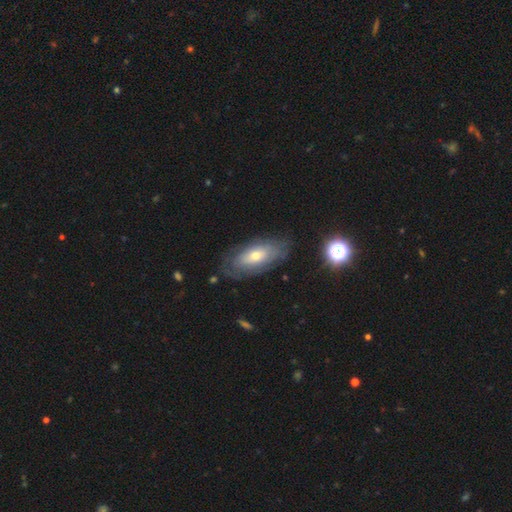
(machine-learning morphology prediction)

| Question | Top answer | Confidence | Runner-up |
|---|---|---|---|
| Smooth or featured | featured or disk | 48% | smooth (44%) |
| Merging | none | 75% | minor disturbance (17%) |